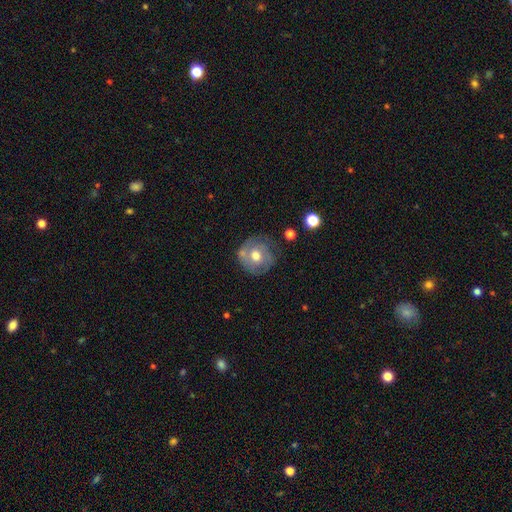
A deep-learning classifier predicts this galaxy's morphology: The model was most divided on "smooth or featured": featured or disk: 49%, smooth: 44%, star or artifact: 7%. More confident: merging — none (63%).